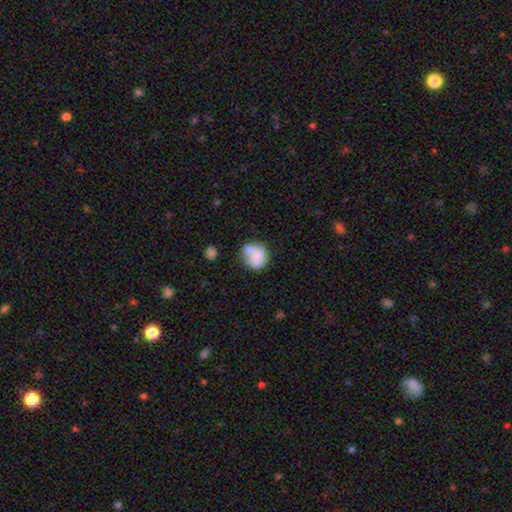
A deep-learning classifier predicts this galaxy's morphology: This is likely a smooth galaxy (67%). How rounded: likely round (70%). Merging: marginally none (37%).